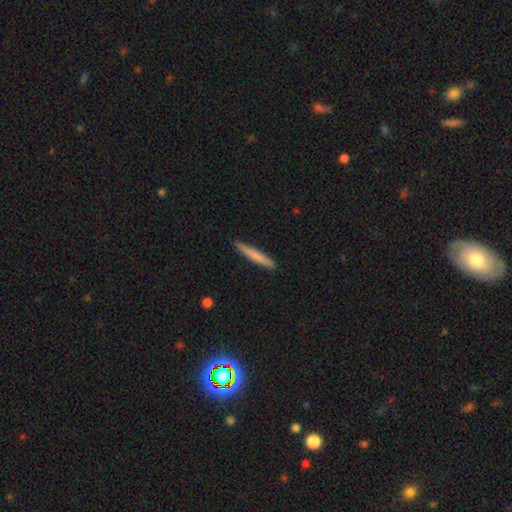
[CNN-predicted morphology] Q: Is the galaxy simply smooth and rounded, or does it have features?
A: smooth — 72%.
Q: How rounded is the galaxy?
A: cigar-shaped — 96%.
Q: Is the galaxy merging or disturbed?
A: none — 90%.